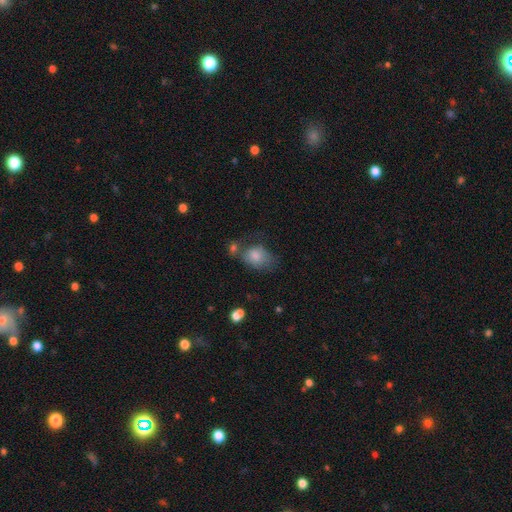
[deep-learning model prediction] Smooth or featured? smooth (77%)
How rounded? in between (75%)
Merging? none (37%)